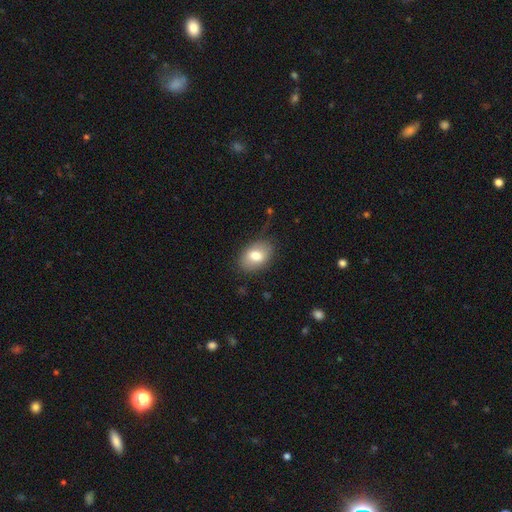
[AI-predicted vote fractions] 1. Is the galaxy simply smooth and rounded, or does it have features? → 75% smooth, 17% featured or disk, 8% star or artifact.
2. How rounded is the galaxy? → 81% in between, 18% round, 1% cigar-shaped.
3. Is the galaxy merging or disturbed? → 80% none, 14% minor disturbance, 4% major disturbance, 1% merger.